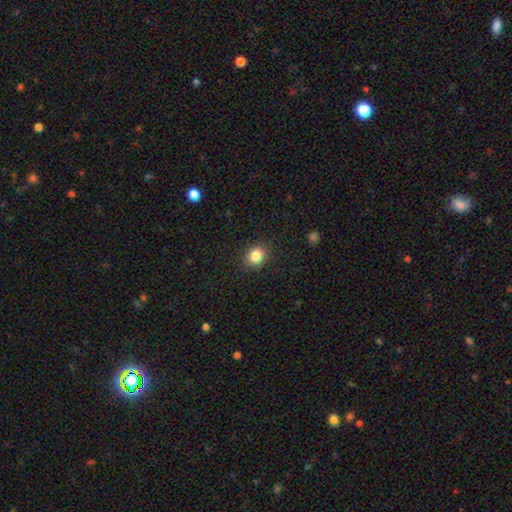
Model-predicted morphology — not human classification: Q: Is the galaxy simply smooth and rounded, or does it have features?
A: smooth — 84%.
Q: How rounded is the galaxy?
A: round — 72%.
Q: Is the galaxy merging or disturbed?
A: none — 89%.